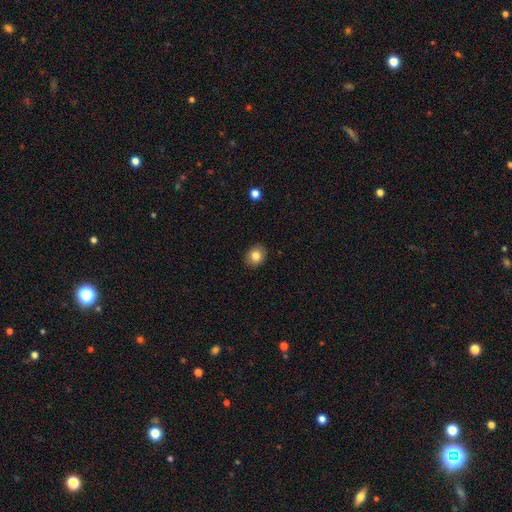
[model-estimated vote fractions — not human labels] Q: Smooth or featured?
A: smooth (83%); runner-up: star or artifact (10%)
Q: How rounded?
A: round (64%); runner-up: in between (36%)
Q: Merging?
A: none (90%); runner-up: minor disturbance (8%)